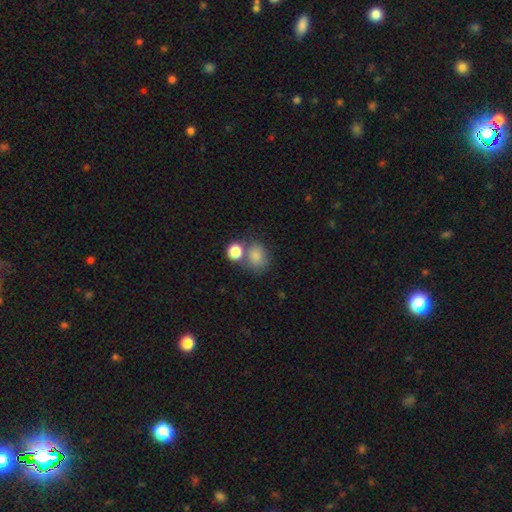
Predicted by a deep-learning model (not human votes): This appears to be a smooth galaxy with no disk features (81%) that is round (64%). Merging: none (48%).